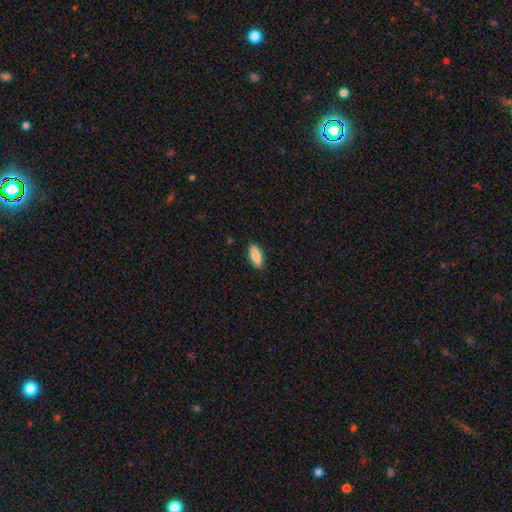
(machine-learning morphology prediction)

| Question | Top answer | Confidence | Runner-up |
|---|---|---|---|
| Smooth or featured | smooth | 86% | featured or disk (8%) |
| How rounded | in between | 71% | cigar-shaped (27%) |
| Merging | none | 89% | minor disturbance (9%) |